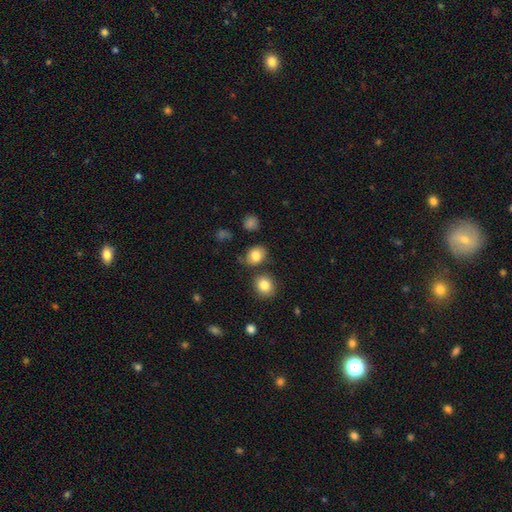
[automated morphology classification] smooth-or-featured: smooth: 82% | star or artifact: 10% | featured or disk: 8%
  how-rounded: in between: 57% | round: 42% | cigar-shaped: 1%
  merging: none: 73% | minor disturbance: 15% | merger: 8% | major disturbance: 4%